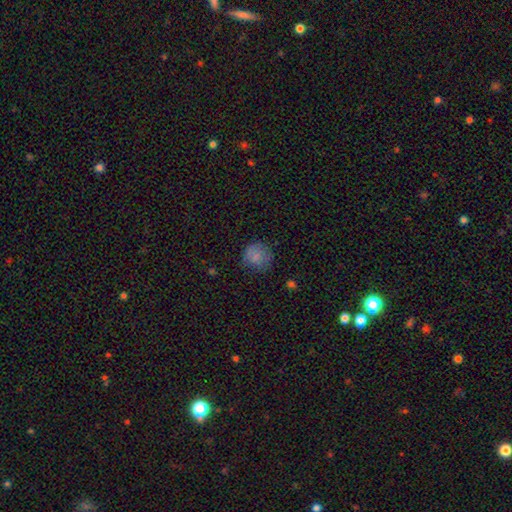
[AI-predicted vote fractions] A smooth galaxy with no disk features (79%) that is round (88%). Merging: none (68%).